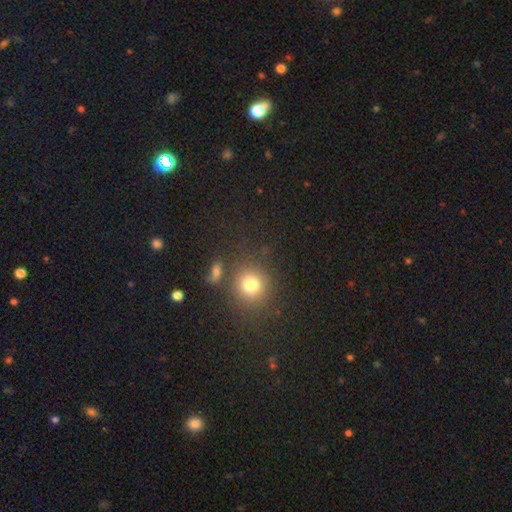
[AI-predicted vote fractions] Smooth or featured?
  - smooth: 57% *
  - star or artifact: 37%
  - featured or disk: 6%
How rounded?
  - round: 88% *
  - in between: 11%
  - cigar-shaped: 1%
Merging?
  - none: 82% *
  - minor disturbance: 8%
  - merger: 7%
  - major disturbance: 3%